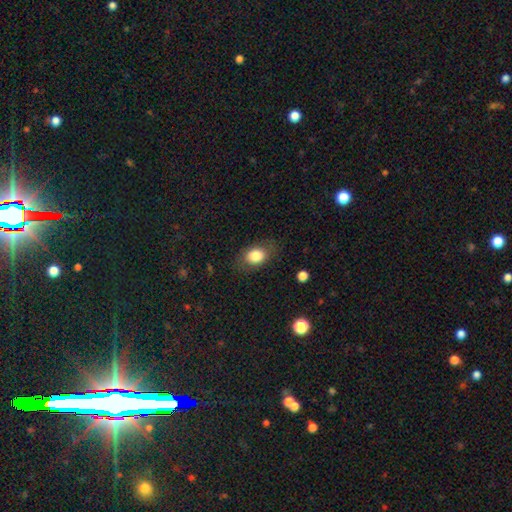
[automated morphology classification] The model was most divided on "how rounded": in between: 70%, round: 28%, cigar-shaped: 1%. More confident: smooth or featured — smooth (82%); merging — none (78%).